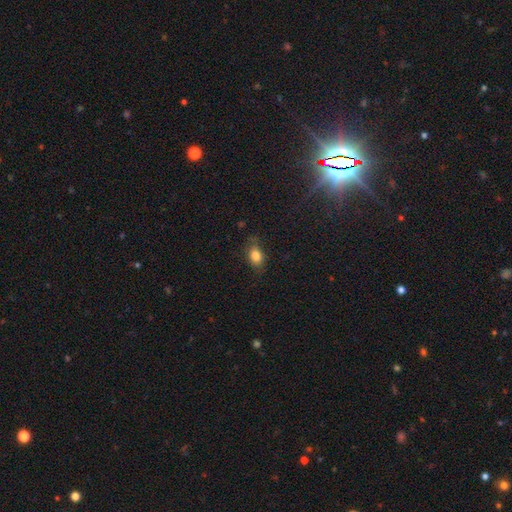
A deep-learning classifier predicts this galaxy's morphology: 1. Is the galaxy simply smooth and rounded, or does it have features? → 83% smooth, 9% star or artifact, 8% featured or disk.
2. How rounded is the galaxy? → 76% in between, 21% round, 3% cigar-shaped.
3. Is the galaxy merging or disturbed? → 74% none, 20% minor disturbance, 5% major disturbance, 1% merger.